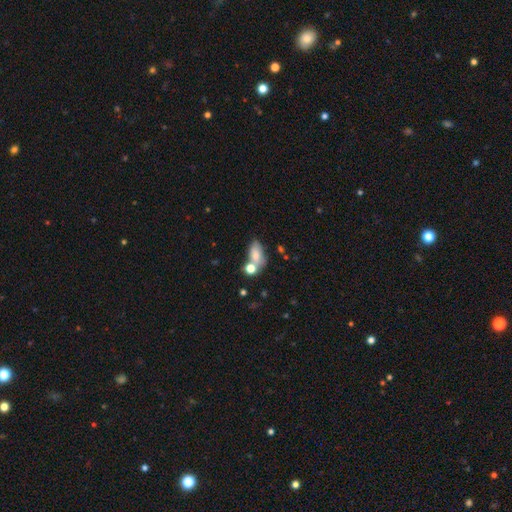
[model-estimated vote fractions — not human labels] Smooth or featured? Predicted: smooth (p=0.74). How rounded? Predicted: in between (p=0.86). Merging? Predicted: none (p=0.43).